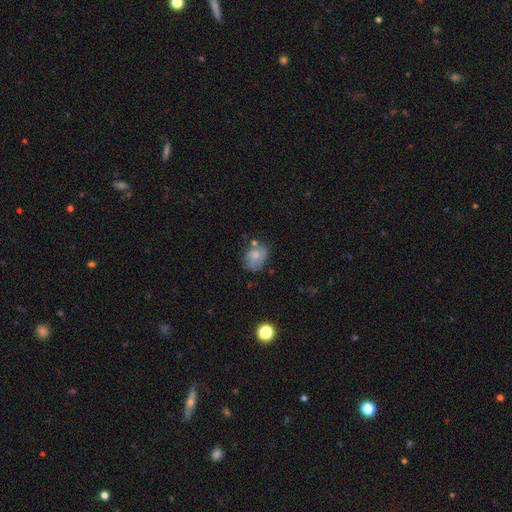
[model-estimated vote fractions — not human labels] Overall: smooth (73%). How rounded: in between (66%; round 33%). Merging: none (55%; minor disturbance 27%).